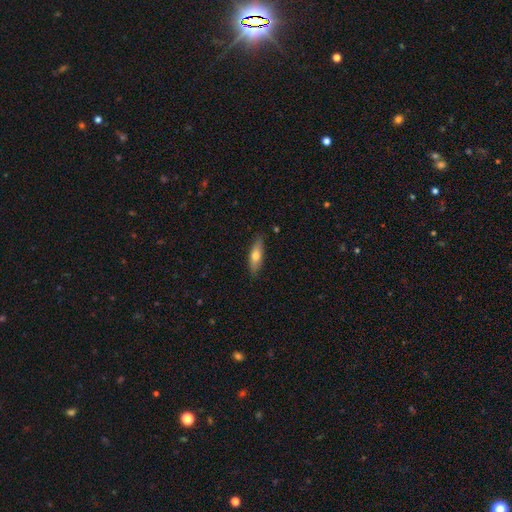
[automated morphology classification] Smooth or featured: smooth — 64% (featured or disk — 30%)
How rounded: cigar-shaped — 50% (in between — 48%)
Merging: none — 84% (minor disturbance — 13%)